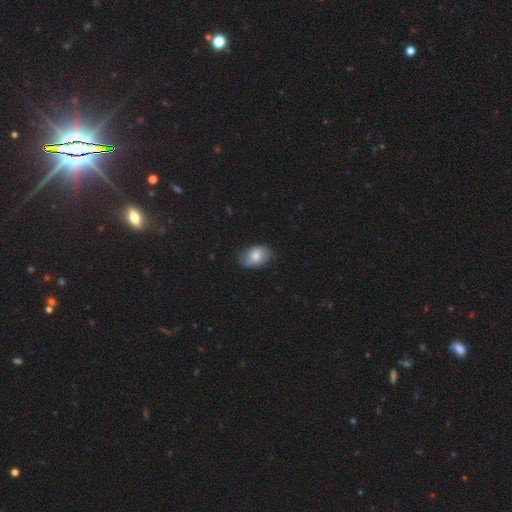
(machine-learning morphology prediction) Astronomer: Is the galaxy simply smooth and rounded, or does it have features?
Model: smooth — 76%.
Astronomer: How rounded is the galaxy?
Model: in between — 87%.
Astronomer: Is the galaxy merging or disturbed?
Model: none — 76%.